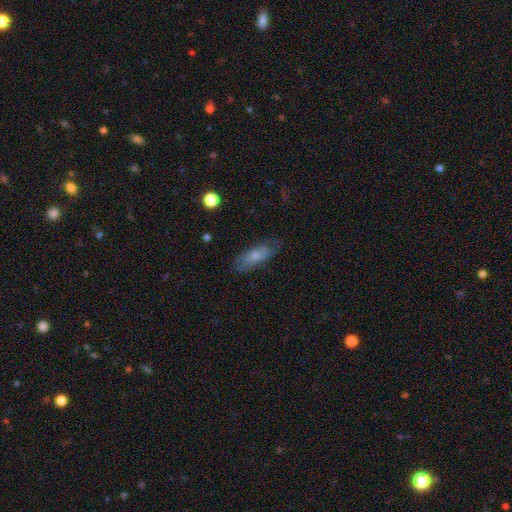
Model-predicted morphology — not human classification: Smooth or featured?
  - smooth: 62% *
  - featured or disk: 31%
  - star or artifact: 7%
How rounded?
  - in between: 65% *
  - cigar-shaped: 32%
  - round: 3%
Merging?
  - none: 71% *
  - minor disturbance: 21%
  - major disturbance: 6%
  - merger: 2%